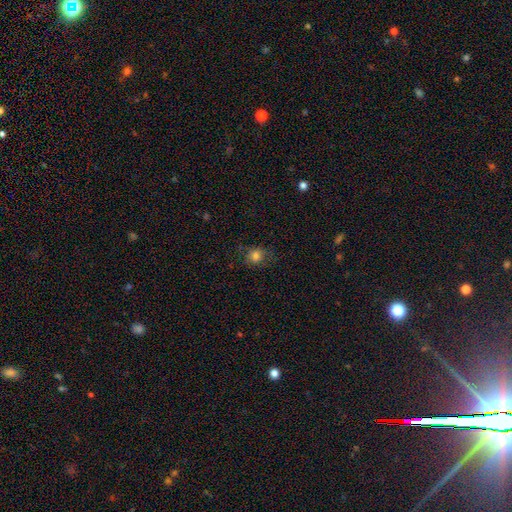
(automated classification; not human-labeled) Smooth or featured?
  - smooth: 78% *
  - star or artifact: 13%
  - featured or disk: 9%
How rounded?
  - round: 71% *
  - in between: 28%
  - cigar-shaped: 1%
Merging?
  - none: 72% *
  - minor disturbance: 19%
  - major disturbance: 7%
  - merger: 1%